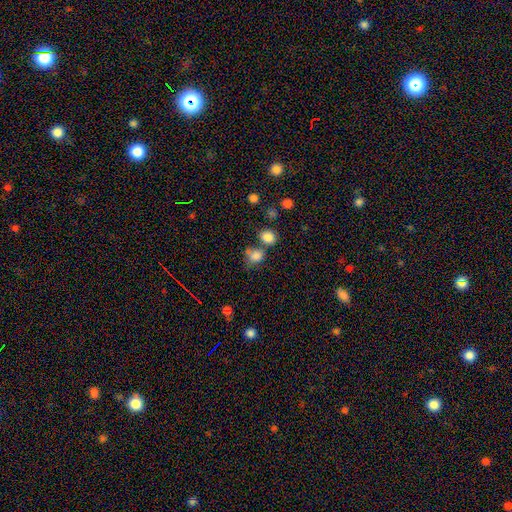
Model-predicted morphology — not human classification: Smooth or featured?
  - smooth: 80% *
  - star or artifact: 12%
  - featured or disk: 8%
How rounded?
  - round: 60% *
  - in between: 39%
  - cigar-shaped: 1%
Merging?
  - none: 45% *
  - merger: 31%
  - minor disturbance: 16%
  - major disturbance: 8%